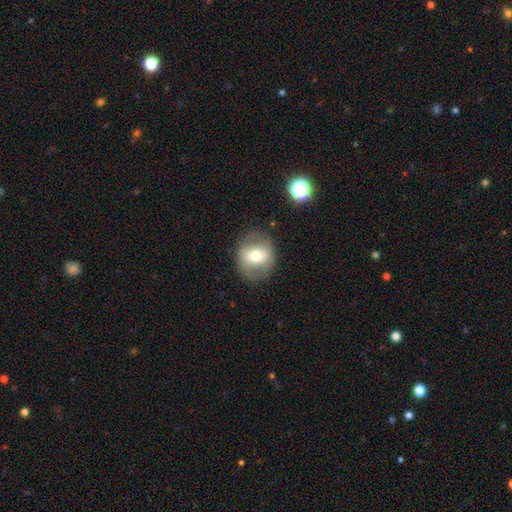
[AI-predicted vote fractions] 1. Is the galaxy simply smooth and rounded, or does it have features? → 52% smooth, 40% featured or disk, 8% star or artifact.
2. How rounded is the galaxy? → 64% round, 35% in between, 1% cigar-shaped.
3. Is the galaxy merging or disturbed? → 79% none, 13% minor disturbance, 6% major disturbance, 1% merger.